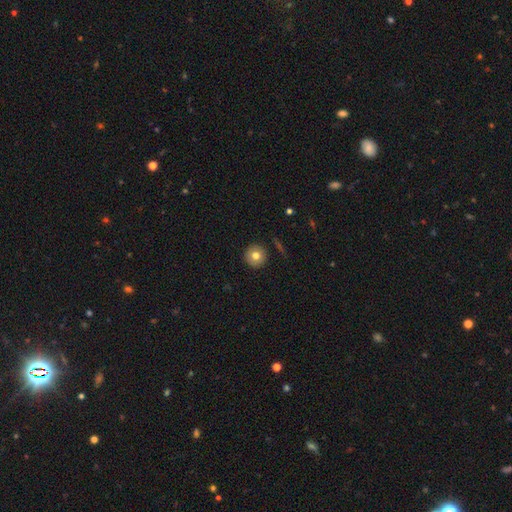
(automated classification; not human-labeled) Overall: smooth (77%). How rounded: round (96%). Merging: none (91%).